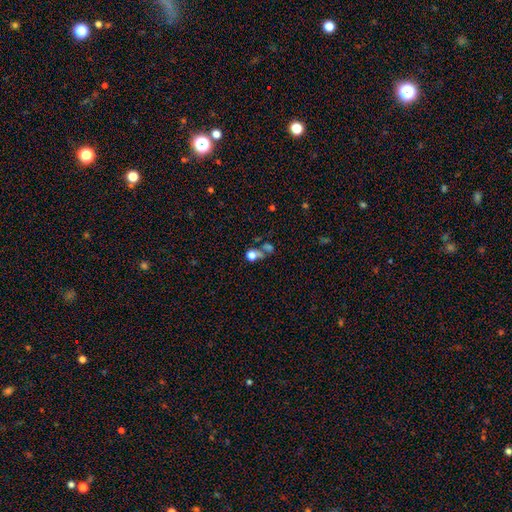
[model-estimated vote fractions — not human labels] Morphology: type=star or artifact (45%).